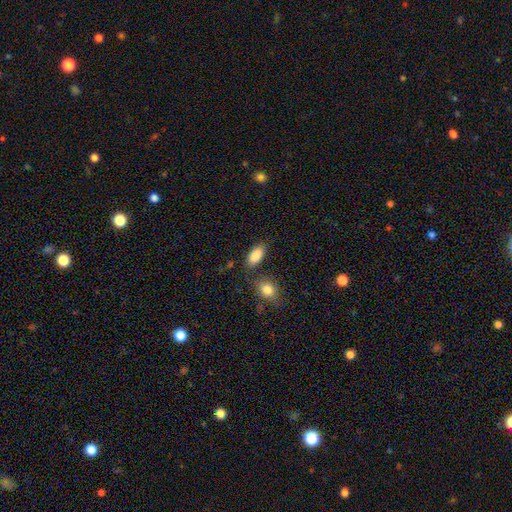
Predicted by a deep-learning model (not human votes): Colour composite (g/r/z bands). It shows a smooth galaxy with no disk features (88%) that is in between round and cigar-shaped (91%). Merging: none (75%).